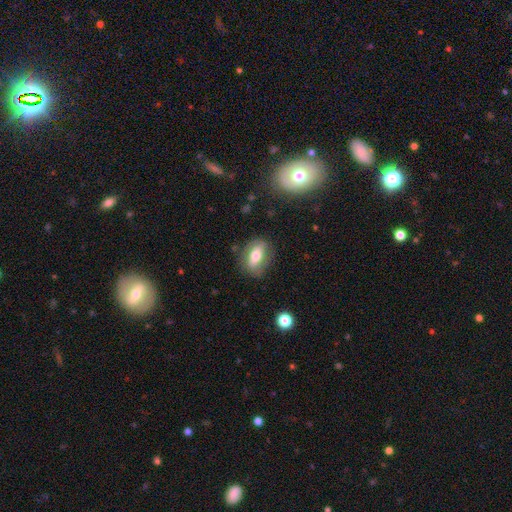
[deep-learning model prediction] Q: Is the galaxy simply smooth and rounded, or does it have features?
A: smooth — 57%.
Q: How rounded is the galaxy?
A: in between — 76%.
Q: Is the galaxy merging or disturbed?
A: none — 76%.